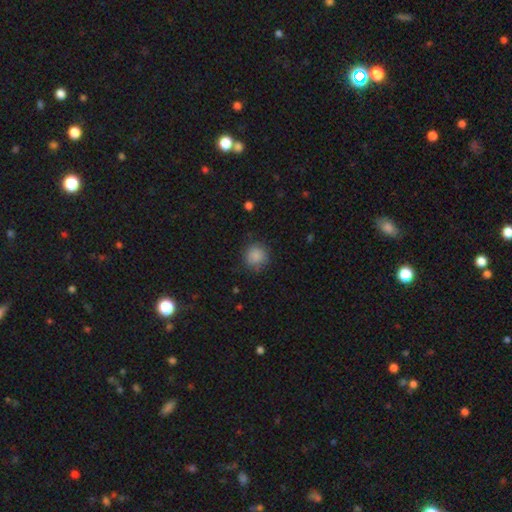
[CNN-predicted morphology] type=smooth (86%); roundness=round (91%); merging=none (81%).